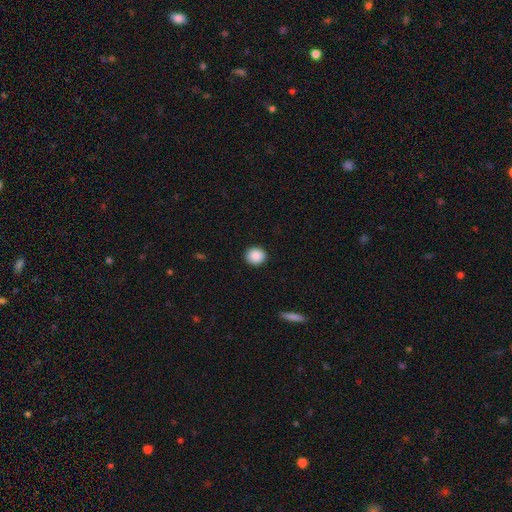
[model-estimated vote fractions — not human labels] This is clearly a smooth galaxy (89%). How rounded: clearly round (89%). Merging: clearly none (92%).